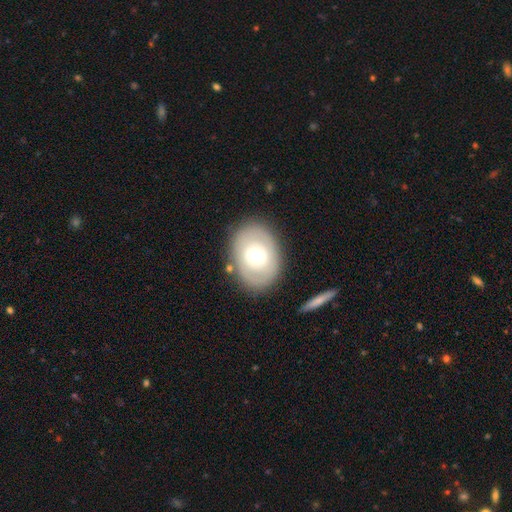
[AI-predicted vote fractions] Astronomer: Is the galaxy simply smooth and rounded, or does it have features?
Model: smooth — 48% (runner-up: featured or disk, 45%).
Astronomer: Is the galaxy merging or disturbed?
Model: none — 81%.